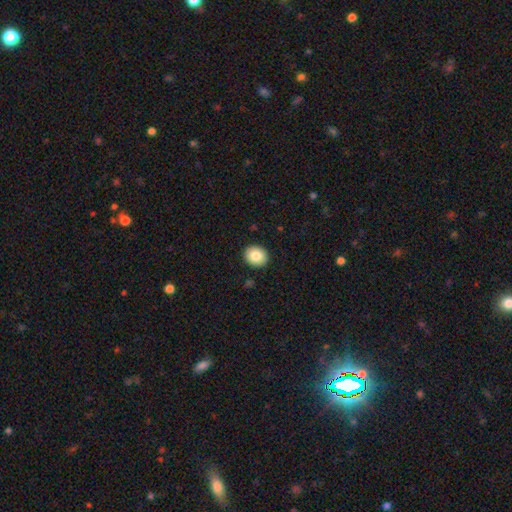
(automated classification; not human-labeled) Smooth or featured? Predicted: smooth (p=0.84). How rounded? Predicted: round (p=0.65). Merging? Predicted: none (p=0.91).